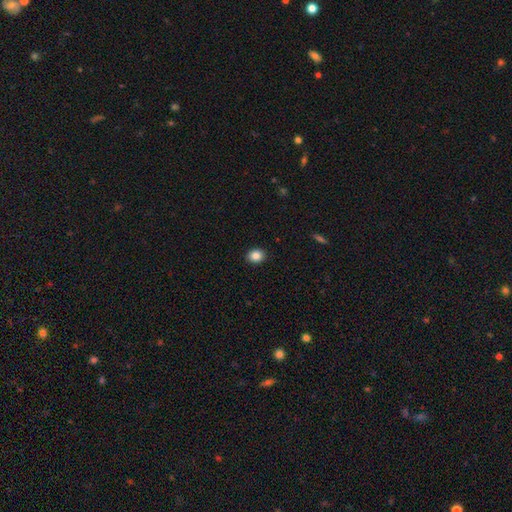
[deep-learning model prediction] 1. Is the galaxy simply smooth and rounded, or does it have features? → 86% smooth, 9% star or artifact, 5% featured or disk.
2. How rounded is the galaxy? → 56% round, 43% in between, 1% cigar-shaped.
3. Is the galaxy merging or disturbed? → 91% none, 6% minor disturbance, 2% major disturbance, 1% merger.